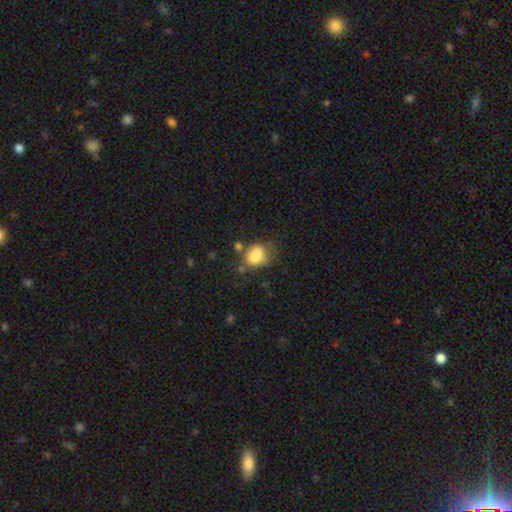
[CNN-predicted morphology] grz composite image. It shows a smooth galaxy with no disk features (67%) that is in between round and cigar-shaped (56%). Merging: merger (34%).